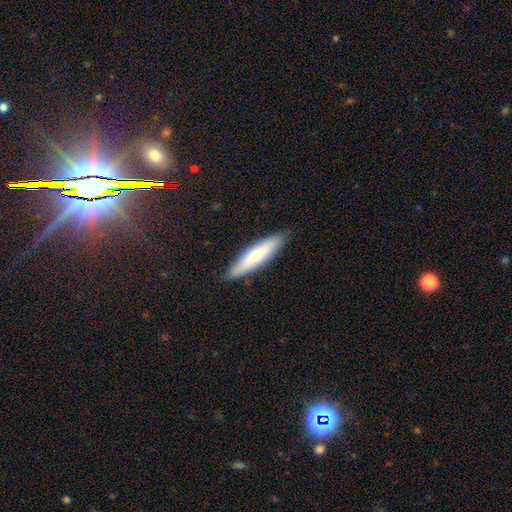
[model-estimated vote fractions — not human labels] Smooth or featured: smooth — 68% (featured or disk — 27%)
How rounded: cigar-shaped — 78% (in between — 21%)
Merging: none — 88% (minor disturbance — 9%)